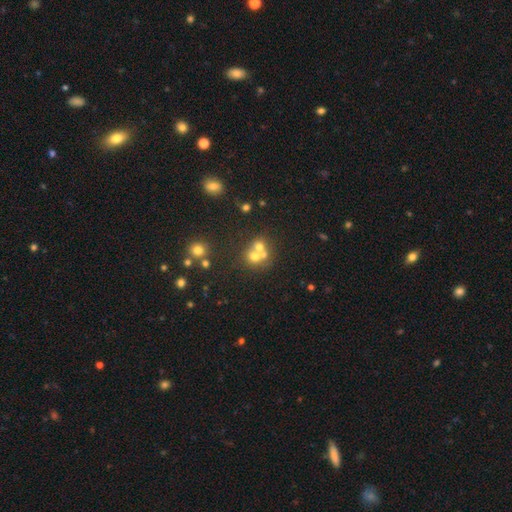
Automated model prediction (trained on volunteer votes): Overall: smooth (55%; featured or disk 23%). How rounded: round (77%). Merging: merger (51%; none 38%).